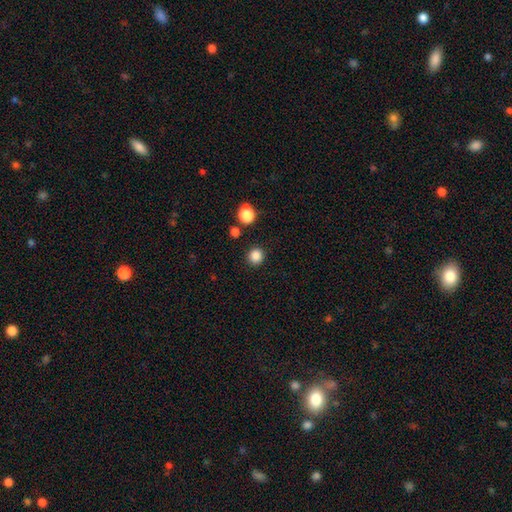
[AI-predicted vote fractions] Overall: smooth (85%). How rounded: round (91%). Merging: none (89%).